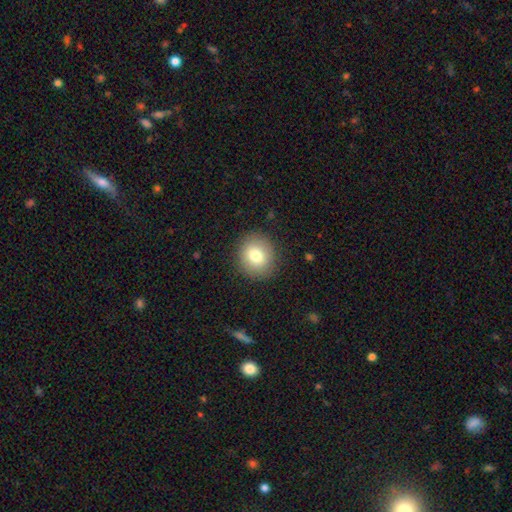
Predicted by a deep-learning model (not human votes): This is likely a smooth galaxy (78%). How rounded: clearly round (81%). Merging: clearly none (88%).